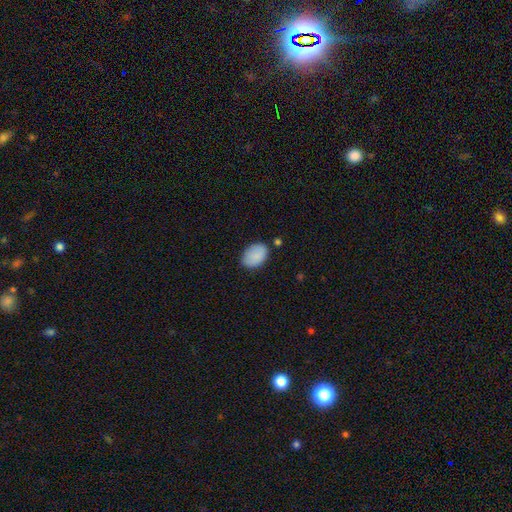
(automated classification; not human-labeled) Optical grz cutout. It shows a smooth galaxy with no disk features (88%) that is in between round and cigar-shaped (85%). Merging: none (76%).